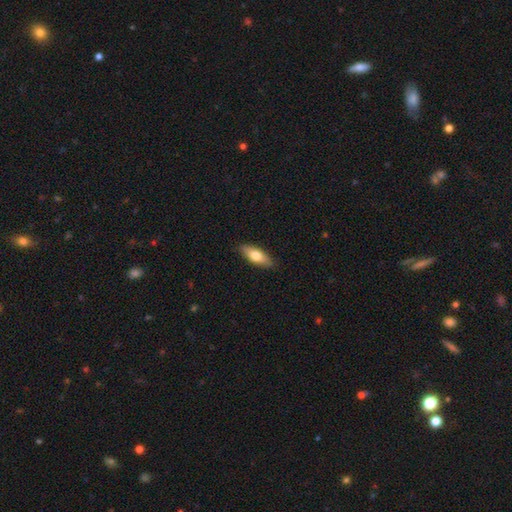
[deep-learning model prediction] smooth 72%, featured or disk 22%, star or artifact 6%. Down the decision tree: how rounded — in between (70%); merging — none (87%).